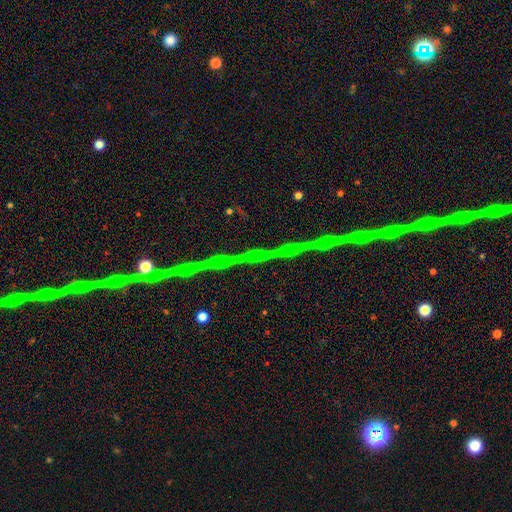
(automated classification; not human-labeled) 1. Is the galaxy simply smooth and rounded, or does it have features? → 73% star or artifact, 17% featured or disk, 10% smooth.